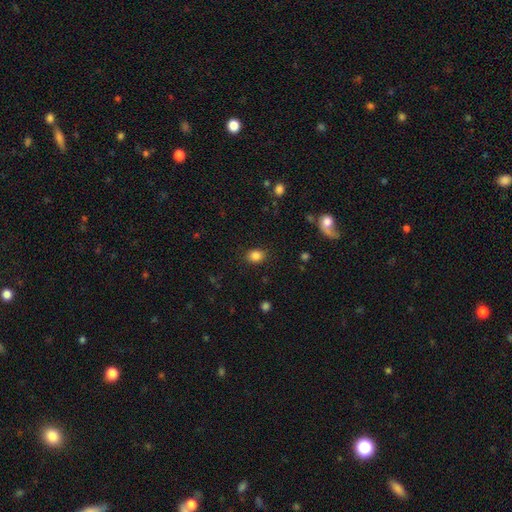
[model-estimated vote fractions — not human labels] This appears to be a smooth galaxy with no disk features (85%) that is round (50%). Merging: none (87%).